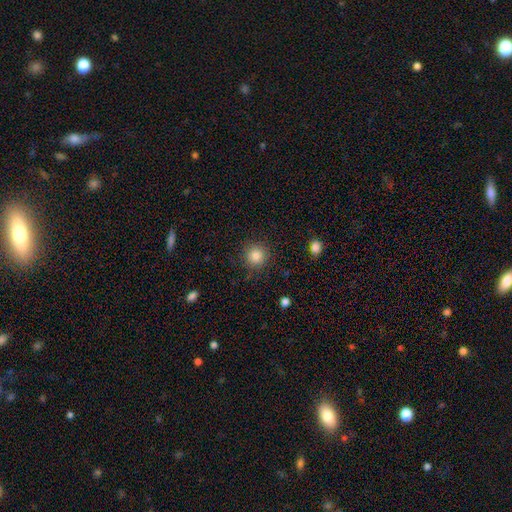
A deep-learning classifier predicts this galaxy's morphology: smooth 84%, star or artifact 11%, featured or disk 5%. Down the decision tree: how rounded — round (93%); merging — none (88%).